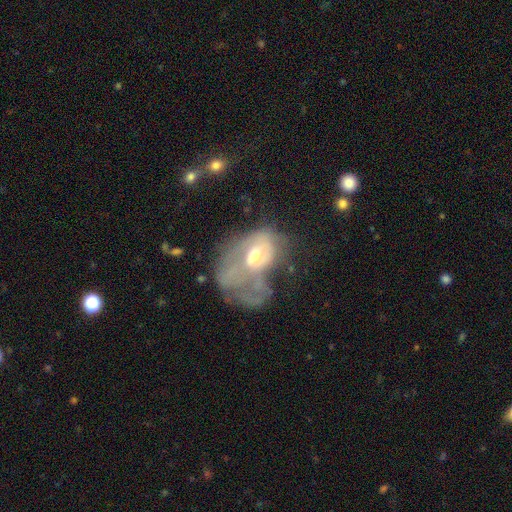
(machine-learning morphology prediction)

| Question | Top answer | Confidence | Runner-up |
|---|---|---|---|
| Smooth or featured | featured or disk | 52% | smooth (39%) |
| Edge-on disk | no | 96% | yes (4%) |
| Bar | no | 77% | weak (19%) |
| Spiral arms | no | 72% | yes (28%) |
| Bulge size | moderate | 64% | small (24%) |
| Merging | major disturbance | 51% | merger (27%) |